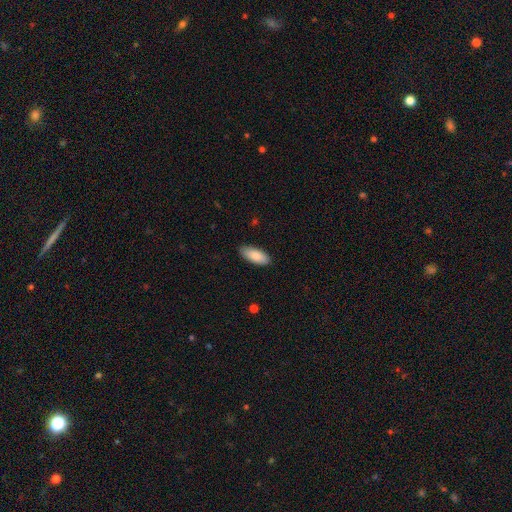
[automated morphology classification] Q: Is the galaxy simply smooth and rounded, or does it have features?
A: smooth — 86%.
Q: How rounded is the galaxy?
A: in between — 85%.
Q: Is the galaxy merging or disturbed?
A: none — 88%.